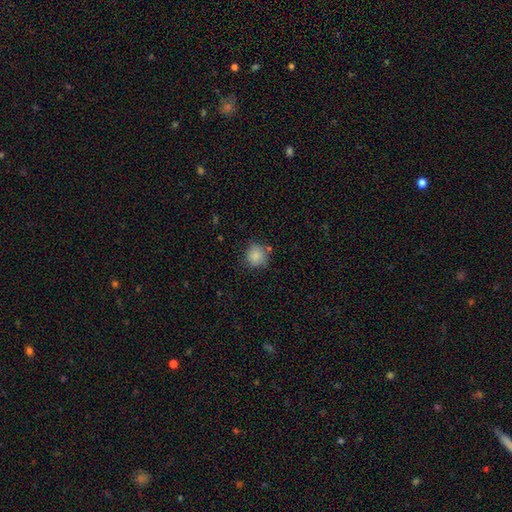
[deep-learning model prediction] Morphology: type=smooth (84%); roundness=round (87%); merging=none (74%).